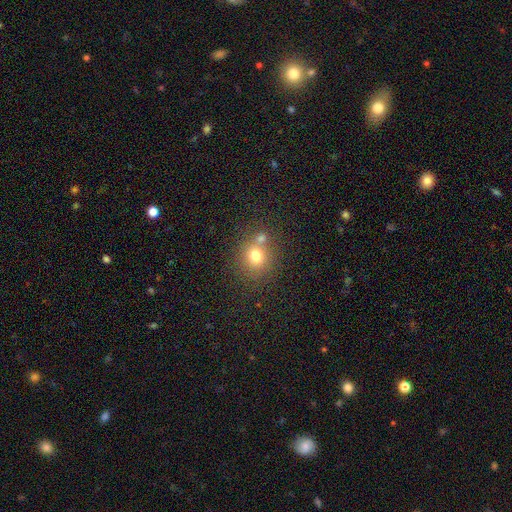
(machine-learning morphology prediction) Smooth or featured? smooth (73%)
How rounded? round (79%)
Merging? none (55%)